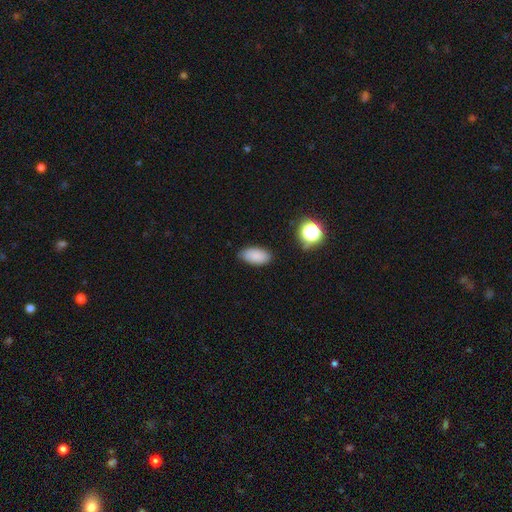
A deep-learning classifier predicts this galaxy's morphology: Smooth or featured?
  - smooth: 85% *
  - star or artifact: 10%
  - featured or disk: 5%
How rounded?
  - in between: 92% *
  - round: 4%
  - cigar-shaped: 4%
Merging?
  - none: 81% *
  - minor disturbance: 14%
  - major disturbance: 3%
  - merger: 2%